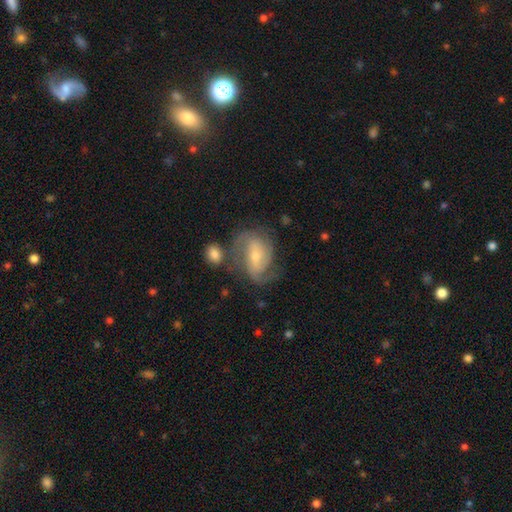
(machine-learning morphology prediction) This appears to be a featured or disk galaxy (78%) with a weak bar (45%), 2 (55%) medium (46%) spiral arms (93%) and a small central bulge (56%). Merging: none (58%).